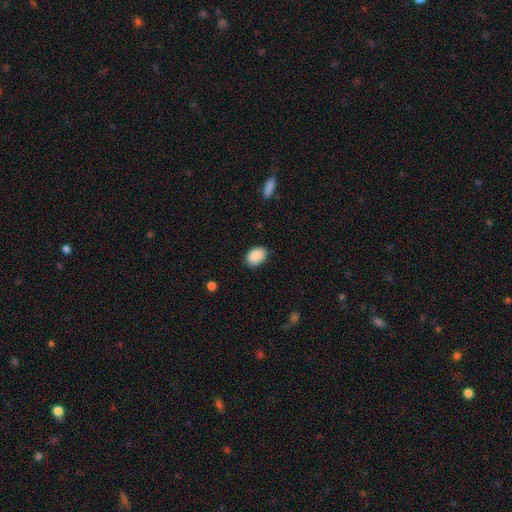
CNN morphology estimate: smooth_or_featured: smooth (p=0.90) [alt: star or artifact p=0.07]
how_rounded: in between (p=0.84) [alt: round p=0.15]
merging: none (p=0.86) [alt: minor disturbance p=0.11]